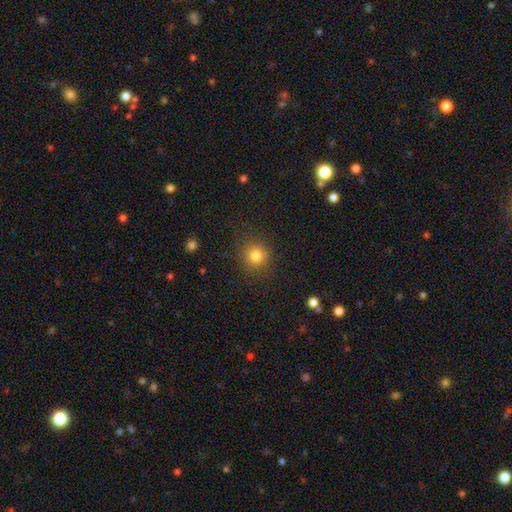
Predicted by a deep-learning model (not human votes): smooth-or-featured: smooth: 81% | star or artifact: 12% | featured or disk: 7%
  how-rounded: round: 91% | in between: 8% | cigar-shaped: 1%
  merging: none: 86% | minor disturbance: 9% | major disturbance: 4% | merger: 1%